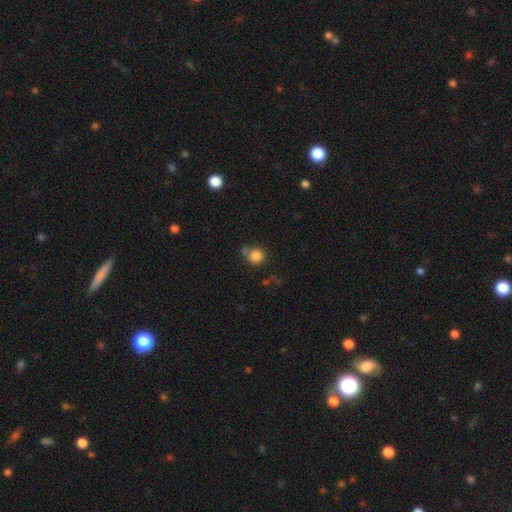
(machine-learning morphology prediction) smooth-or-featured: smooth: 83% | star or artifact: 11% | featured or disk: 5%
  how-rounded: round: 90% | in between: 9% | cigar-shaped: 1%
  merging: none: 63% | merger: 19% | minor disturbance: 13% | major disturbance: 5%